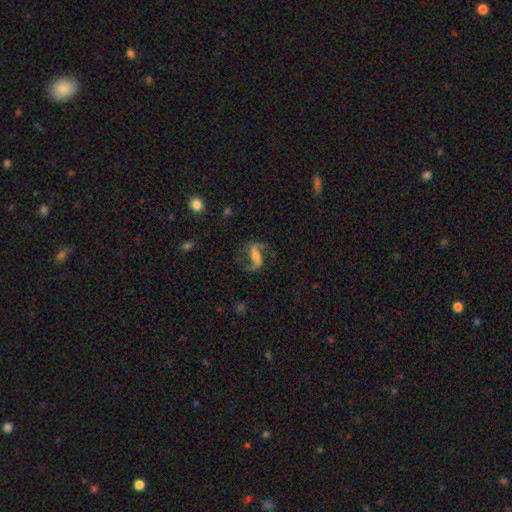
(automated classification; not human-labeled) Overall: featured or disk (85%). Edge-on disk: no (96%). Bar: strong (43%; weak 36%). Spiral arms: yes (95%). Spiral arm count: 2 (91%). Spiral winding: loose (62%; medium 32%). Bulge size: small (43%, tied with moderate). Merging: none (74%).